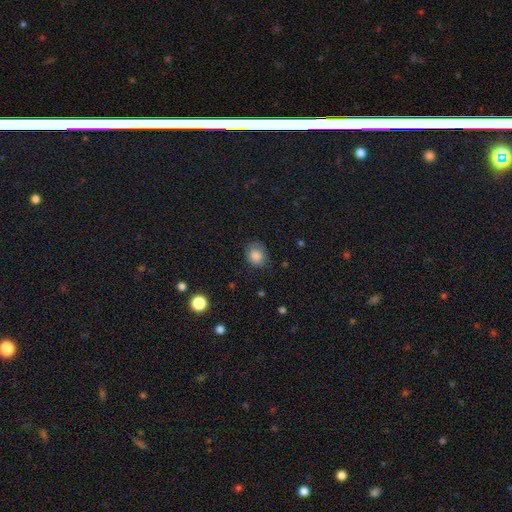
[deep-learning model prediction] Smooth or featured? smooth (85%)
How rounded? round (68%)
Merging? none (77%)